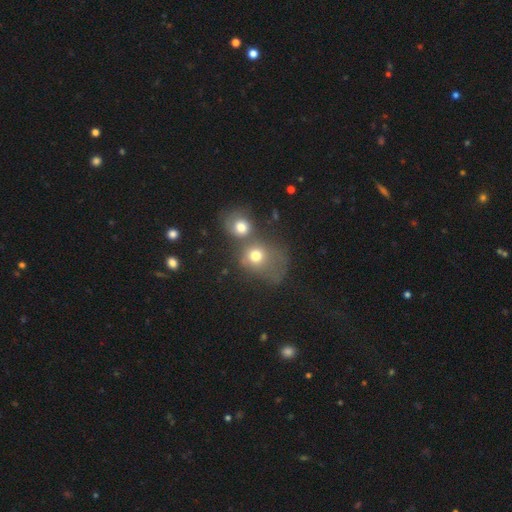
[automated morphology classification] Smooth or featured? Predicted: smooth (p=0.67). How rounded? Predicted: round (p=0.69). Merging? Predicted: merger (p=0.64).